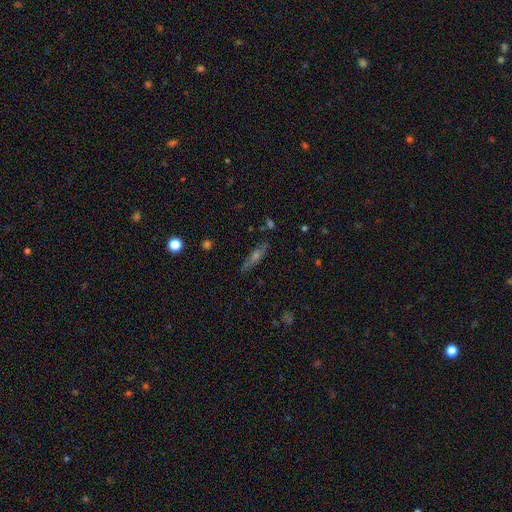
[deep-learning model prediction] smooth-or-featured: featured or disk: 54% | smooth: 33% | star or artifact: 13%
  disk-edge-on: yes: 81% | no: 19%
  merging: none: 83% | minor disturbance: 11% | major disturbance: 3% | merger: 3%